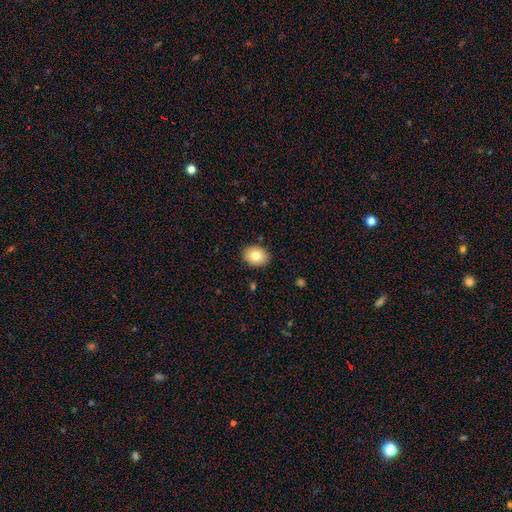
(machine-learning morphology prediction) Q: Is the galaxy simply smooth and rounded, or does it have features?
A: smooth — 80%.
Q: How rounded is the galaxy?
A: in between — 57%.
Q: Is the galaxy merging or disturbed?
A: none — 90%.